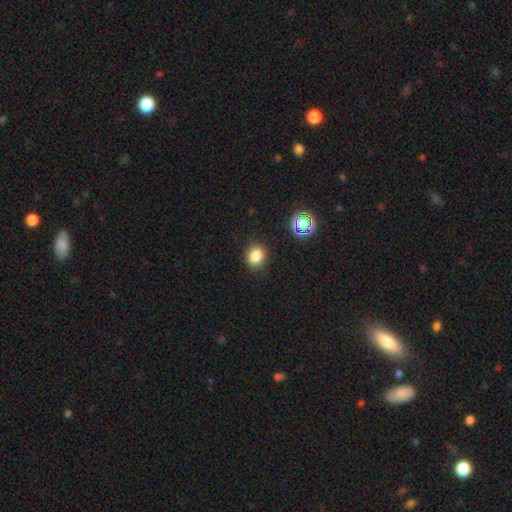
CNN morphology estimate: Overall: smooth (81%). How rounded: round (69%; in between 30%). Merging: none (87%).